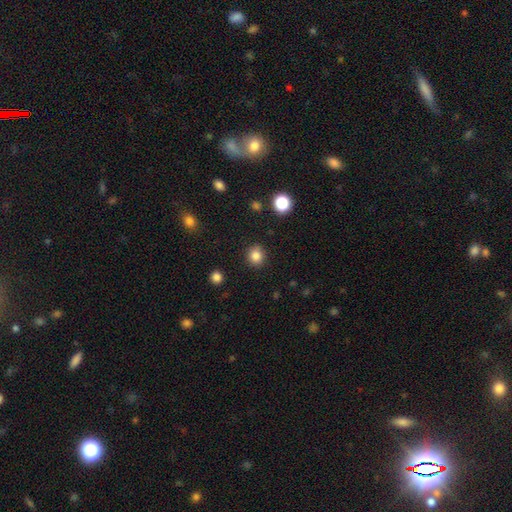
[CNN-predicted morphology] smooth 84%, star or artifact 12%, featured or disk 5%. Down the decision tree: how rounded — round (84%); merging — none (89%).